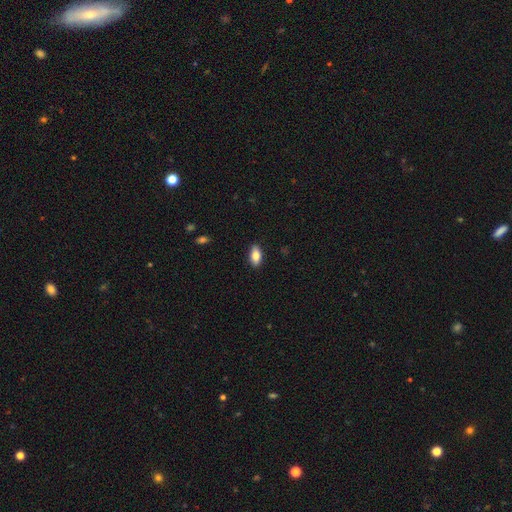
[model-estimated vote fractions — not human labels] Smooth or featured? smooth (80%)
How rounded? in between (89%)
Merging? none (88%)